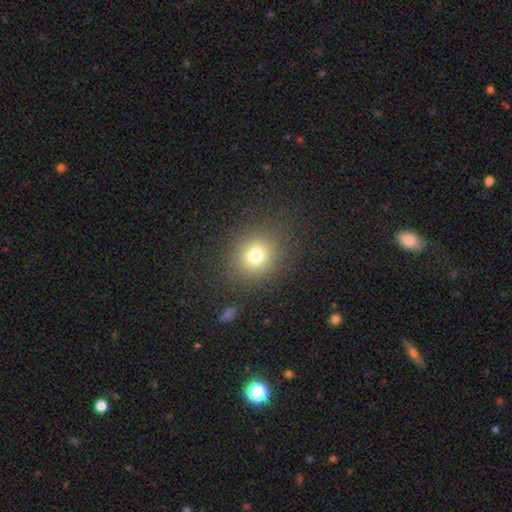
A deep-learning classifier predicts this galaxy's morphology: This is likely a smooth galaxy (74%). How rounded: likely round (79%). Merging: clearly none (86%).